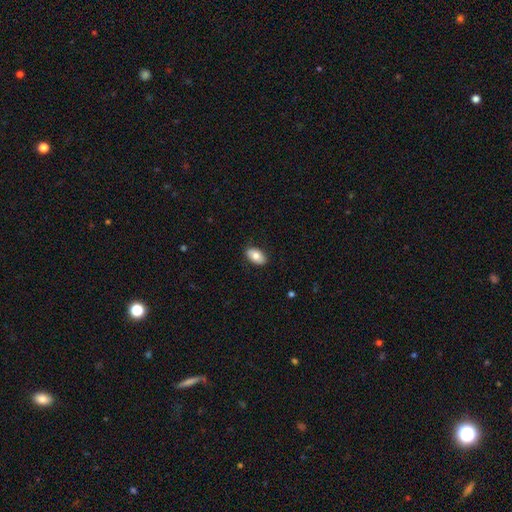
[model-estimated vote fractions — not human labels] This appears to be a smooth galaxy with no disk features (80%) that is in between round and cigar-shaped (93%). Merging: none (88%).